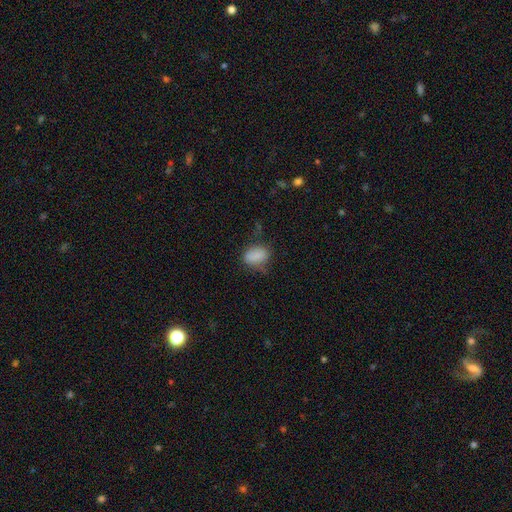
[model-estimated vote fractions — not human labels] Smooth or featured?
  - smooth: 84% *
  - star or artifact: 10%
  - featured or disk: 6%
How rounded?
  - in between: 83% *
  - round: 16%
  - cigar-shaped: 2%
Merging?
  - none: 59% *
  - minor disturbance: 28%
  - major disturbance: 10%
  - merger: 3%